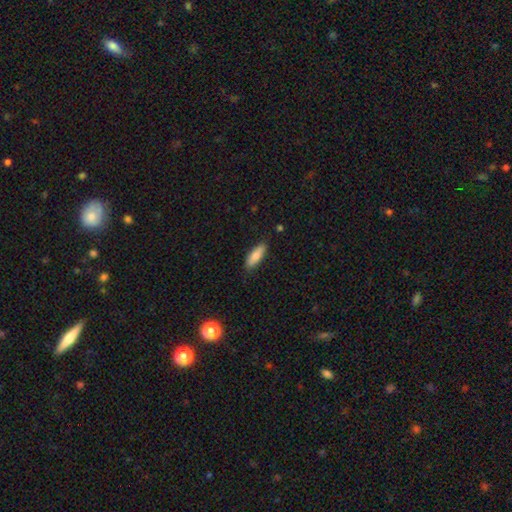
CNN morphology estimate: type=smooth (80%); roundness=in between (59%); merging=none (85%).